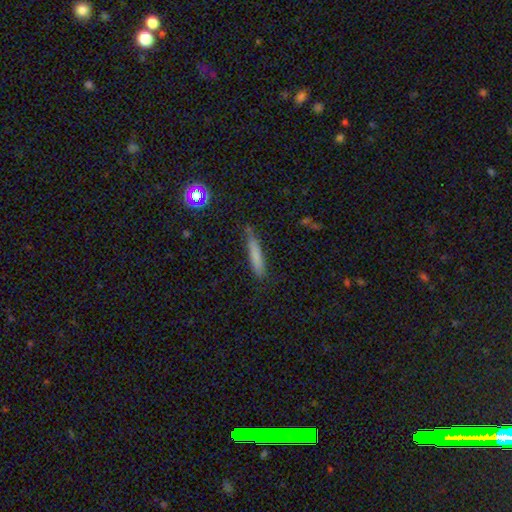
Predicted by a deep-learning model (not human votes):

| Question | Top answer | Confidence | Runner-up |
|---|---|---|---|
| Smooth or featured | smooth | 76% | featured or disk (14%) |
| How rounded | cigar-shaped | 90% | in between (9%) |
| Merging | none | 72% | minor disturbance (21%) |